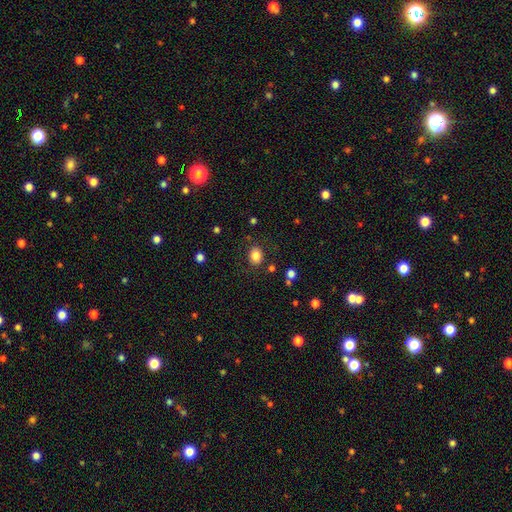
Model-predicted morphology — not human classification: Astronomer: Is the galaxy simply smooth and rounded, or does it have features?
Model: smooth — 83%.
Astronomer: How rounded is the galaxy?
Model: in between — 52% (runner-up: round, 47%).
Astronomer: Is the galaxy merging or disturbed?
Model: none — 84%.